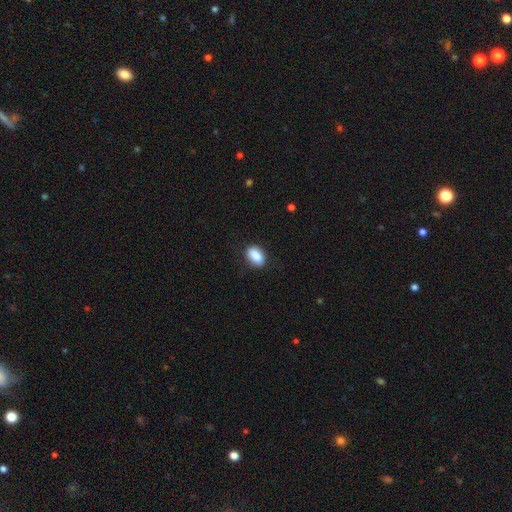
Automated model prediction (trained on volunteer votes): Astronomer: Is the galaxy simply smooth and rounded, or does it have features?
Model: smooth — 87%.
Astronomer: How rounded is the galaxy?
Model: in between — 86%.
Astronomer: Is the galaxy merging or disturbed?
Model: none — 85%.